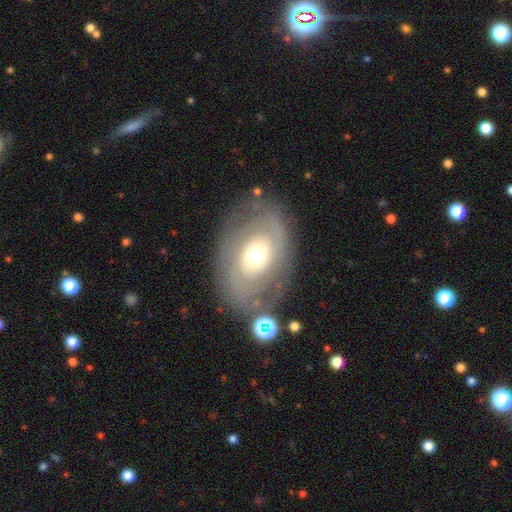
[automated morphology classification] A featured or disk galaxy (64%) with no bar (81%), spiral arms (52%) and a moderate central bulge (63%).

Vote fractions:
- Smooth or featured? featured or disk: 64% / smooth: 28% / star or artifact: 7%
- Edge-on disk? no: 94% / yes: 6%
- Bar? no: 81% / weak: 14% / strong: 5%
- Spiral arms? yes: 52% / no: 48%
- Bulge size? moderate: 63% / small: 20% / large: 14% / dominant: 2% / none: 1%
- Merging? none: 72% / minor disturbance: 16% / major disturbance: 8% / merger: 4%